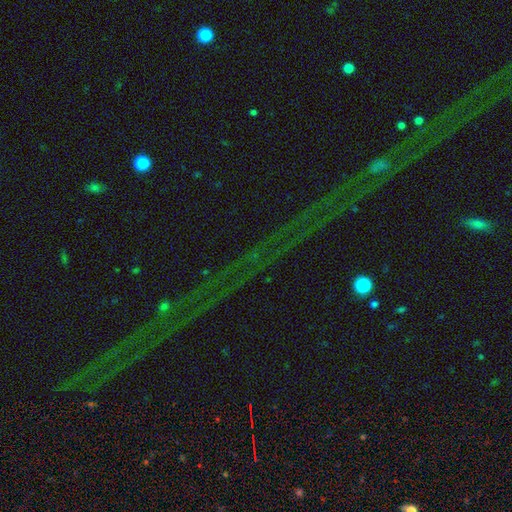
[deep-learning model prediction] Morphology: type=star or artifact (76%).